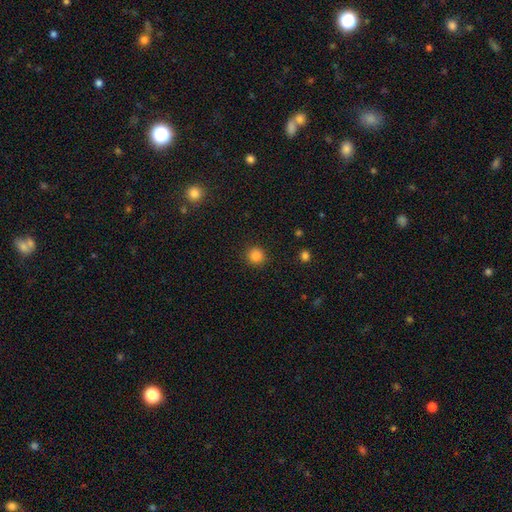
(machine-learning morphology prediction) This appears to be a smooth galaxy with no disk features (85%) that is round (93%). Merging: none (91%).